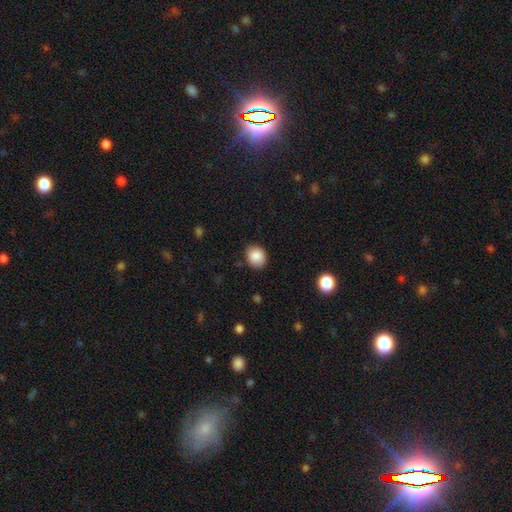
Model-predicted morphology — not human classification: type=smooth (87%); roundness=round (66%); merging=none (83%).